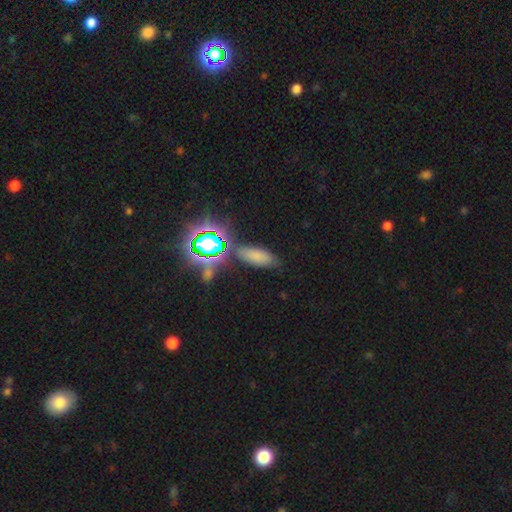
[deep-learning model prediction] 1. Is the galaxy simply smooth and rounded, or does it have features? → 64% smooth, 26% star or artifact, 10% featured or disk.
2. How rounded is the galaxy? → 73% in between, 22% cigar-shaped, 6% round.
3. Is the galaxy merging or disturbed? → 75% none, 13% minor disturbance, 7% merger, 5% major disturbance.